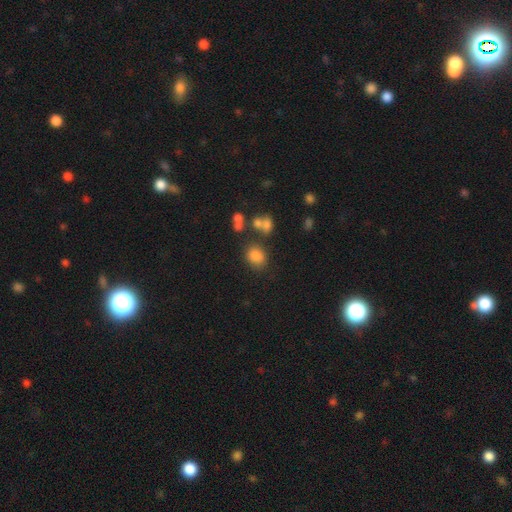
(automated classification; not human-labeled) smooth 80%, star or artifact 13%, featured or disk 7%. Down the decision tree: how rounded — in between (56%); merging — none (69%).